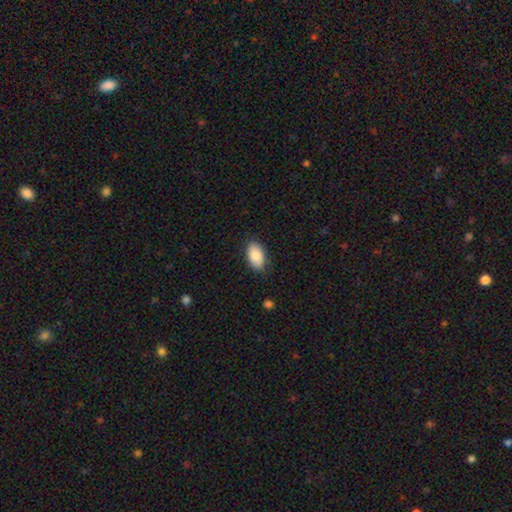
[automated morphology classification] Q: Smooth or featured?
A: smooth (87%); runner-up: featured or disk (7%)
Q: How rounded?
A: in between (94%); runner-up: round (4%)
Q: Merging?
A: none (85%); runner-up: minor disturbance (12%)